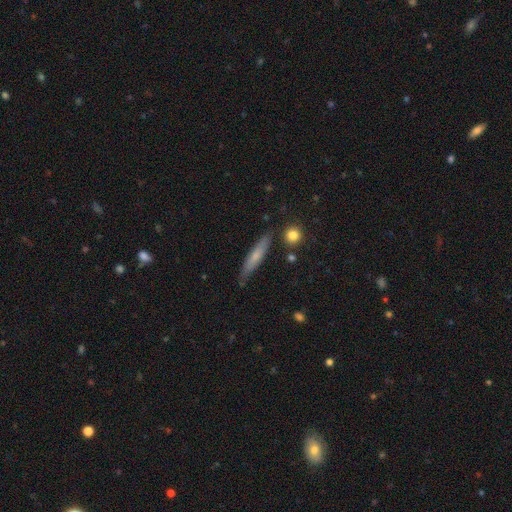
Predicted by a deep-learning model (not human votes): A smooth galaxy with no disk features (60%) that is cigar-shaped (89%).

Vote fractions:
- Smooth or featured? smooth: 60% / featured or disk: 34% / star or artifact: 7%
- How rounded? cigar-shaped: 89% / in between: 9% / round: 2%
- Merging? none: 80% / minor disturbance: 15% / merger: 3% / major disturbance: 3%